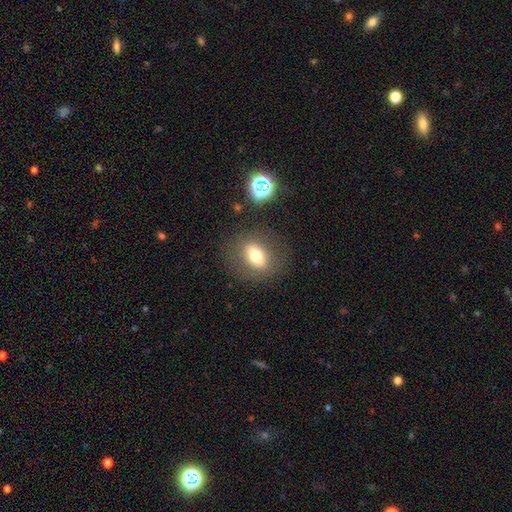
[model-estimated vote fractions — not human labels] Smooth or featured?
  - smooth: 65% *
  - featured or disk: 24%
  - star or artifact: 11%
How rounded?
  - in between: 63% *
  - round: 34%
  - cigar-shaped: 3%
Merging?
  - none: 80% *
  - minor disturbance: 11%
  - major disturbance: 6%
  - merger: 2%